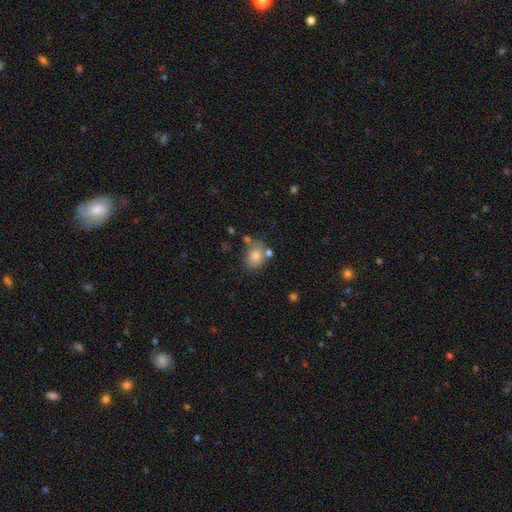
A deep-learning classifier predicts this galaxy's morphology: The model was most divided on "how rounded": in between: 53%, round: 46%, cigar-shaped: 1%. More confident: smooth or featured — smooth (79%); merging — none (58%).